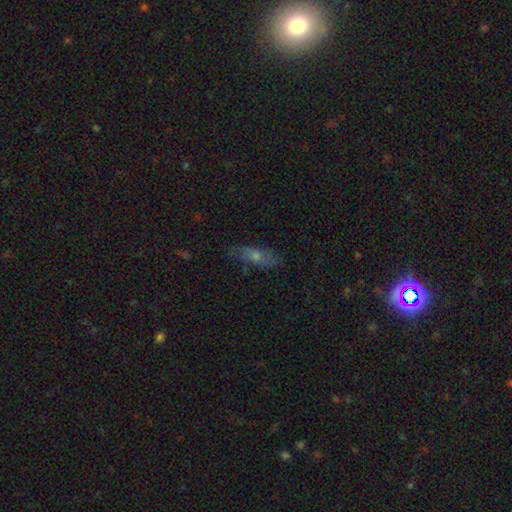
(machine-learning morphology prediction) smooth 47%, featured or disk 40%, star or artifact 13%. Down the decision tree: merging — none (77%).